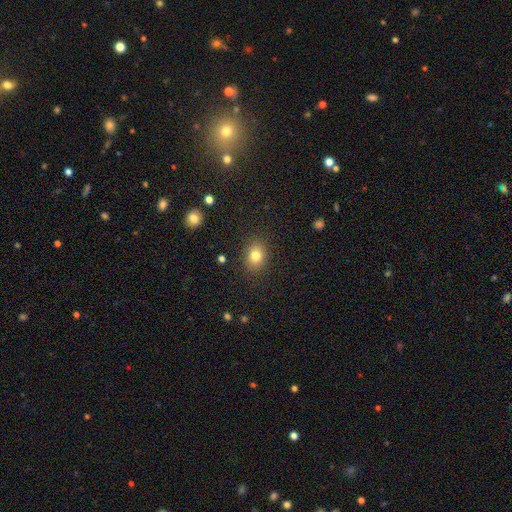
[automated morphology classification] This is clearly a smooth galaxy (80%). How rounded: possibly in between (50%). Merging: clearly none (87%).